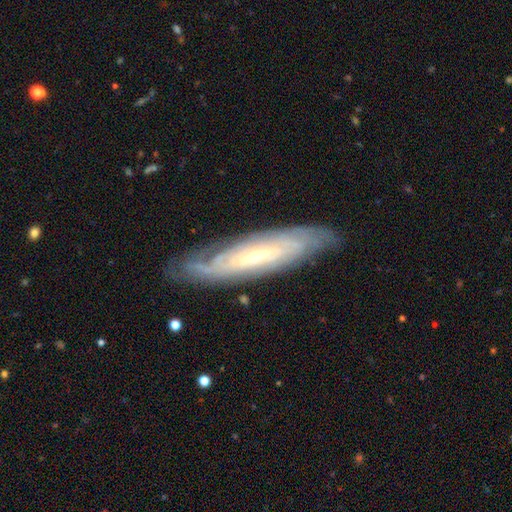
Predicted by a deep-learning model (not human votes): Smooth or featured?
  - featured or disk: 79% *
  - smooth: 15%
  - star or artifact: 6%
Edge-on disk?
  - no: 69% *
  - yes: 31%
Bar?
  - no: 46% *
  - weak: 35%
  - strong: 18%
Spiral arms?
  - yes: 91% *
  - no: 9%
Bulge size?
  - small: 66% *
  - moderate: 28%
  - large: 3%
  - none: 2%
  - dominant: 1%
Merging?
  - none: 79% *
  - minor disturbance: 16%
  - major disturbance: 4%
  - merger: 1%